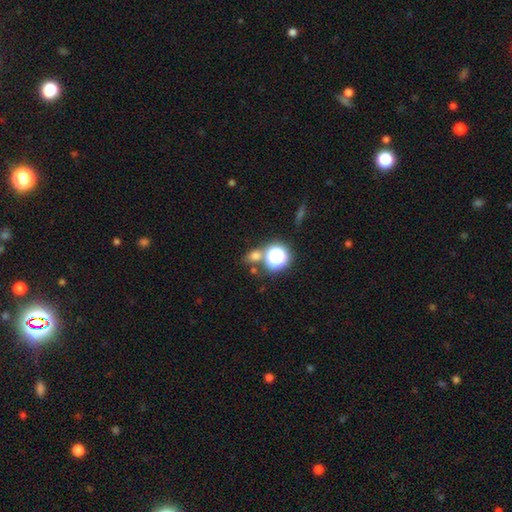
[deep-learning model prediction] smooth-or-featured: smooth: 65% | star or artifact: 27% | featured or disk: 8%
  how-rounded: round: 59% | in between: 39% | cigar-shaped: 2%
  merging: none: 66% | merger: 19% | minor disturbance: 11% | major disturbance: 4%